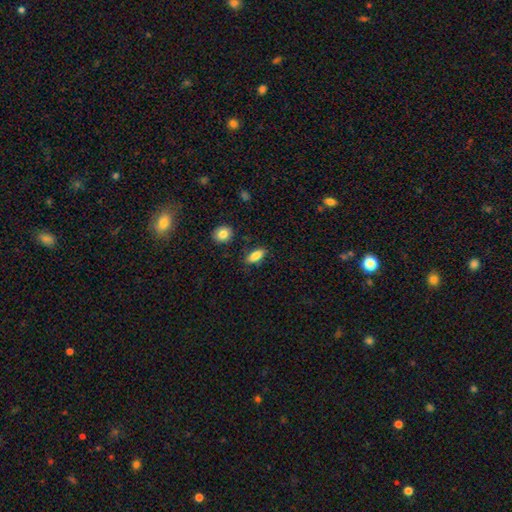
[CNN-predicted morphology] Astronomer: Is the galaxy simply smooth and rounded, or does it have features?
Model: smooth — 86%.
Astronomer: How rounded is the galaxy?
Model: in between — 78%.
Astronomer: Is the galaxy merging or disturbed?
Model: none — 82%.